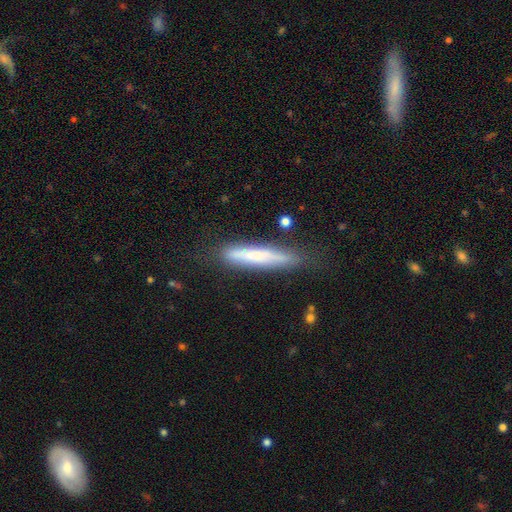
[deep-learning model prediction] Q: Smooth or featured?
A: smooth (56%); runner-up: featured or disk (37%)
Q: How rounded?
A: cigar-shaped (93%); runner-up: in between (6%)
Q: Merging?
A: none (77%); runner-up: minor disturbance (16%)